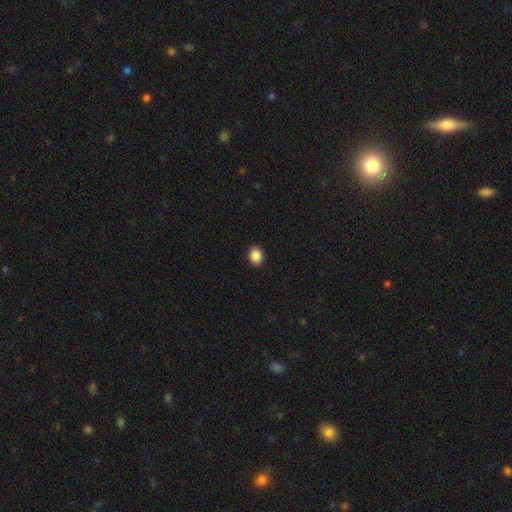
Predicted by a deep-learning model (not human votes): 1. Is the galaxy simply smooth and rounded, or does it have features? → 88% smooth, 8% star or artifact, 3% featured or disk.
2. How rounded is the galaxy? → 64% in between, 35% round, 1% cigar-shaped.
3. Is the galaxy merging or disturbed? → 92% none, 6% minor disturbance, 2% major disturbance, 1% merger.